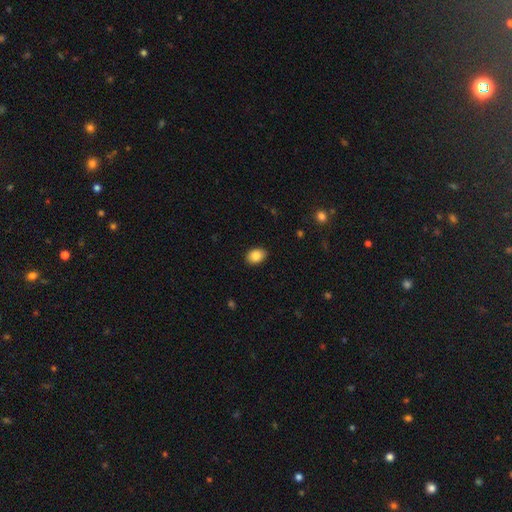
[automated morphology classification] Smooth or featured?
  - smooth: 87% *
  - star or artifact: 8%
  - featured or disk: 5%
How rounded?
  - in between: 76% *
  - round: 23%
  - cigar-shaped: 1%
Merging?
  - none: 88% *
  - minor disturbance: 9%
  - major disturbance: 2%
  - merger: 1%